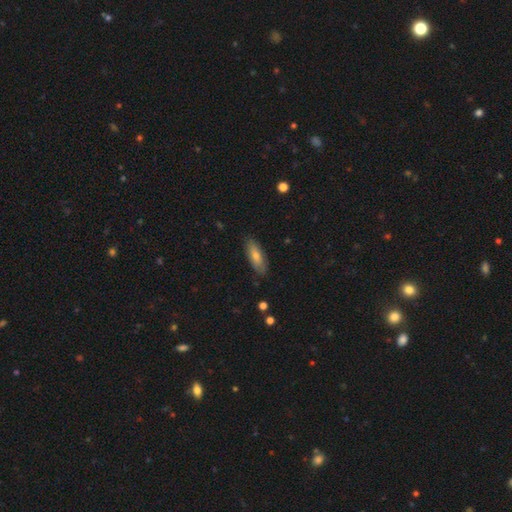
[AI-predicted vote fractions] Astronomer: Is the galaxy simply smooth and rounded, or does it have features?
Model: smooth — 66%.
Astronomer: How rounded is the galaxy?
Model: in between — 60% (runner-up: cigar-shaped, 37%).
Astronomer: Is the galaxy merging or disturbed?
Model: none — 85%.